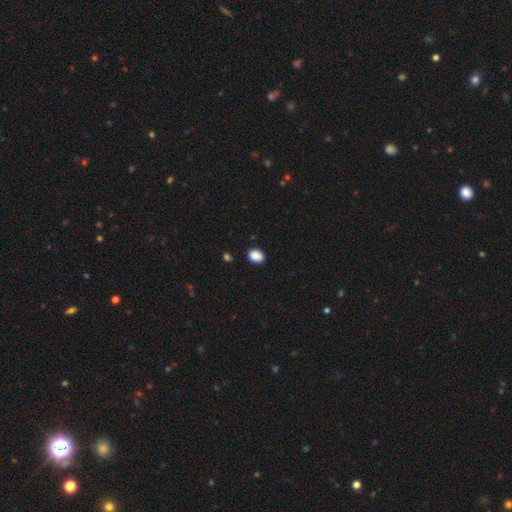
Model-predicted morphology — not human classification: A smooth galaxy with no disk features (89%) that is in between round and cigar-shaped (71%).

Vote fractions:
- Smooth or featured? smooth: 89% / star or artifact: 8% / featured or disk: 3%
- How rounded? in between: 71% / round: 28% / cigar-shaped: 1%
- Merging? none: 87% / minor disturbance: 9% / major disturbance: 2% / merger: 1%